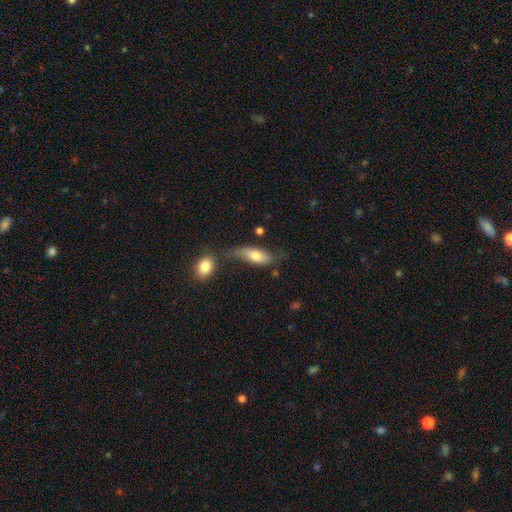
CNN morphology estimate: This appears to be a smooth galaxy with no disk features (67%) that is in between round and cigar-shaped (77%). Merging: none (41%).